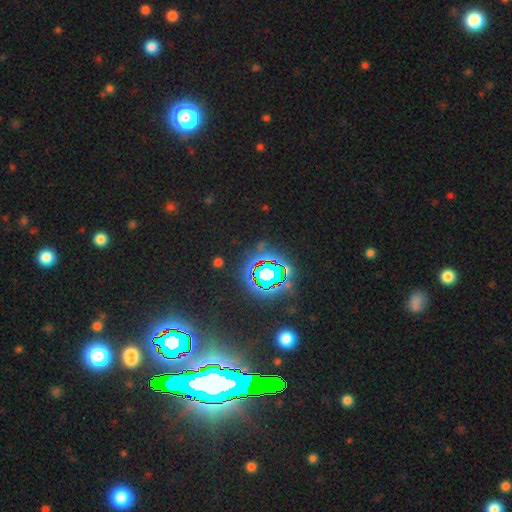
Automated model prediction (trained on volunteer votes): A star or artifact, not a galaxy (82%).